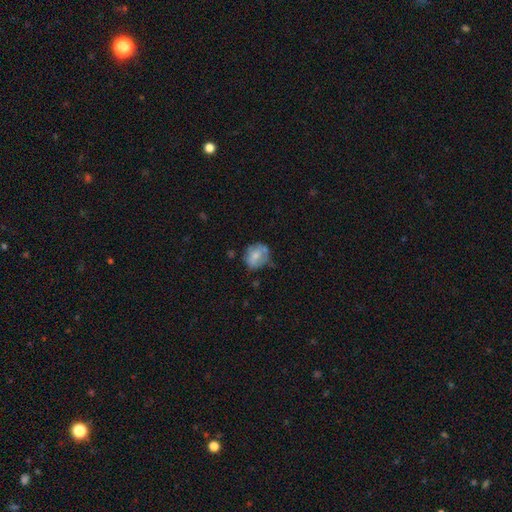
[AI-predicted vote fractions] This is possibly a smooth galaxy (58%). How rounded: likely round (63%). Merging: possibly none (53%).